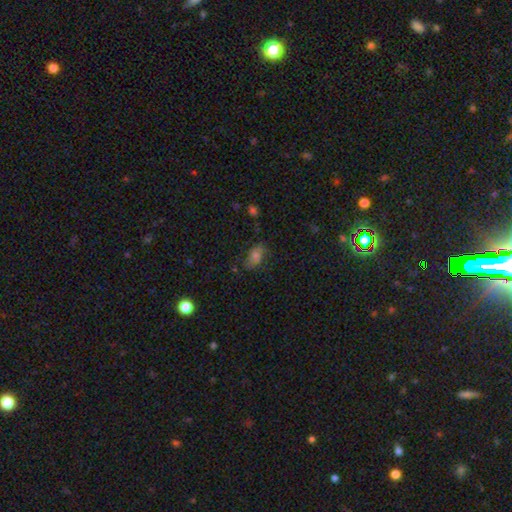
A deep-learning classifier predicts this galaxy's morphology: Q: Smooth or featured?
A: smooth (61%); runner-up: featured or disk (22%)
Q: How rounded?
A: in between (85%); runner-up: round (10%)
Q: Merging?
A: none (73%); runner-up: minor disturbance (20%)